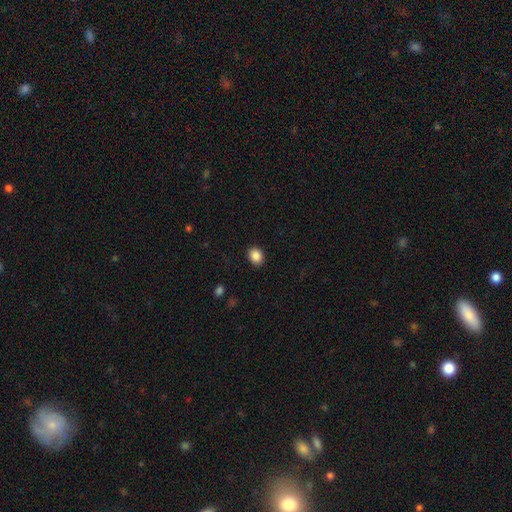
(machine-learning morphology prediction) Q: Smooth or featured?
A: smooth (87%); runner-up: star or artifact (9%)
Q: How rounded?
A: in between (52%); runner-up: round (47%)
Q: Merging?
A: none (90%); runner-up: minor disturbance (7%)